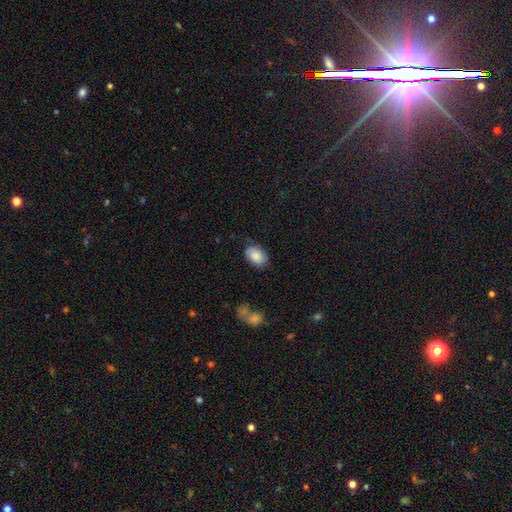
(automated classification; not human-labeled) A smooth galaxy with no disk features (78%) that is in between round and cigar-shaped (83%). Merging: none (71%).